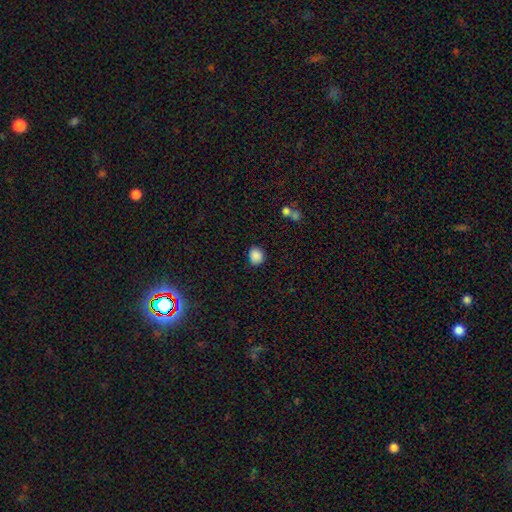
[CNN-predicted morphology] Smooth or featured: smooth — 86% (star or artifact — 10%)
How rounded: round — 69% (in between — 30%)
Merging: none — 79% (minor disturbance — 15%)